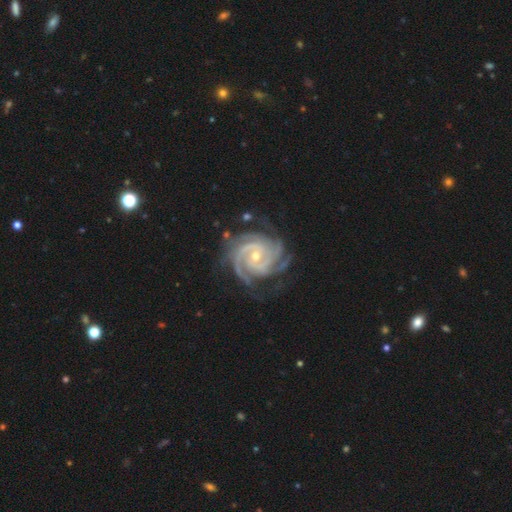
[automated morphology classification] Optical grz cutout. It shows a featured or disk galaxy (94%) with no bar (59%), 3 (33%) tight (75%) spiral arms (99%) and a small central bulge (56%). Merging: none (72%).